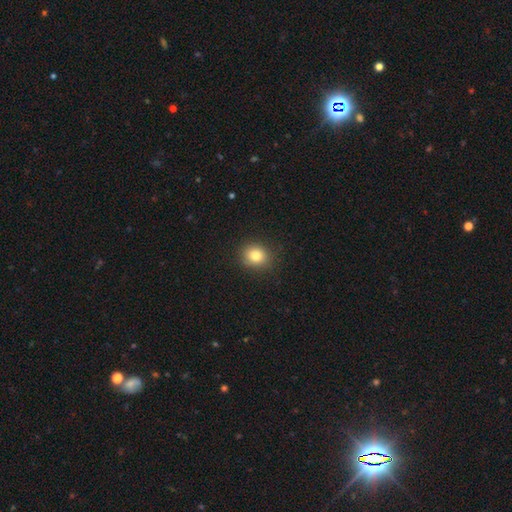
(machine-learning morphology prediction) Smooth or featured? Predicted: smooth (p=0.82). How rounded? Predicted: round (p=0.75). Merging? Predicted: none (p=0.88).